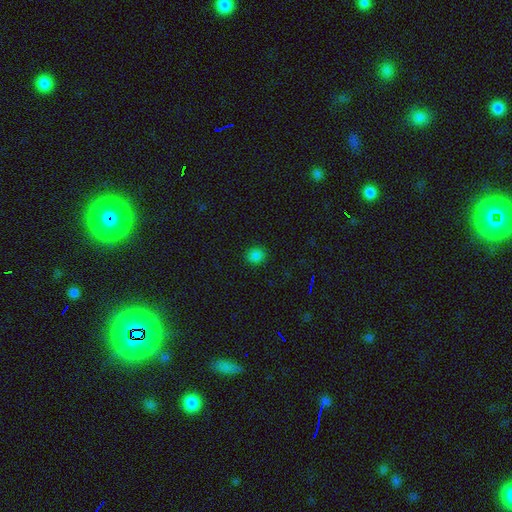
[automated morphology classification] type=smooth (82%); roundness=round (82%); merging=none (90%).